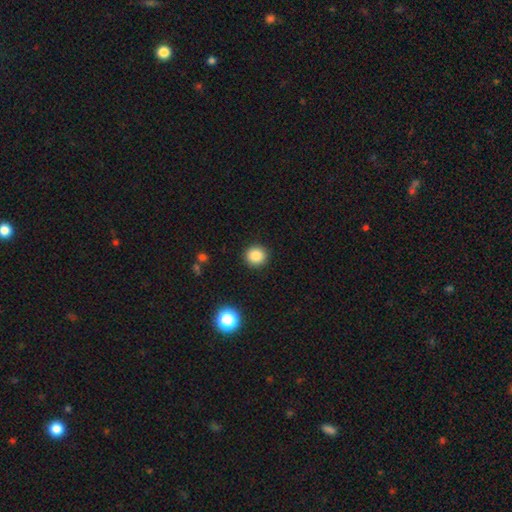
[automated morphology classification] A smooth galaxy with no disk features (86%) that is round (92%). Merging: none (91%).